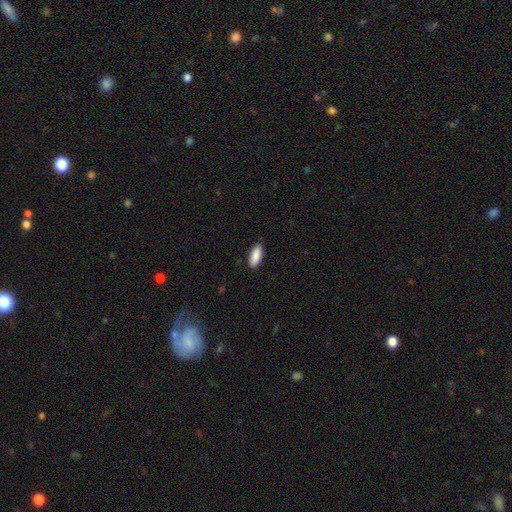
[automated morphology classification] Overall: smooth (89%). How rounded: in between (82%). Merging: none (86%).